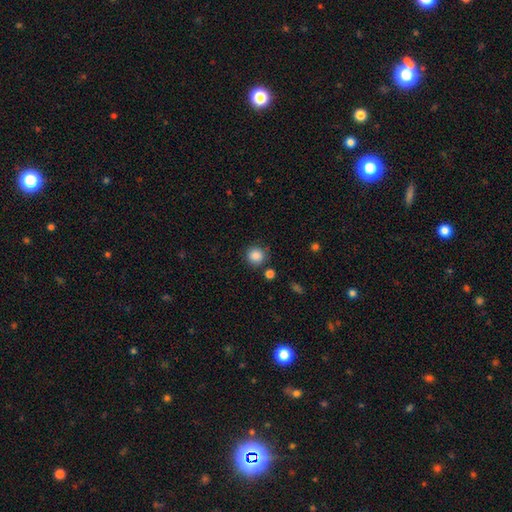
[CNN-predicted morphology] A smooth galaxy with no disk features (87%) that is round (92%). Merging: none (82%).